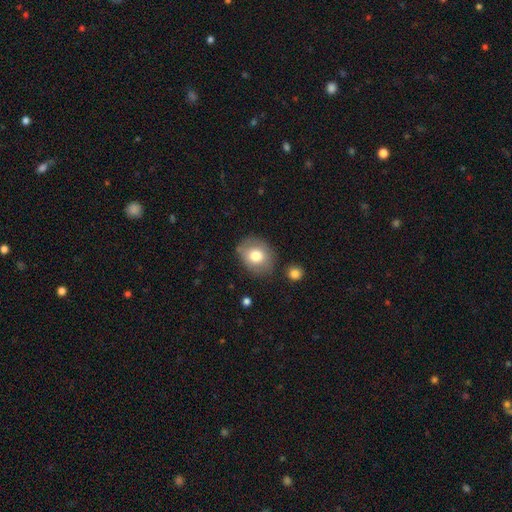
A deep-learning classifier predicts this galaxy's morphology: Overall: smooth (75%). How rounded: round (57%; in between 42%). Merging: none (76%).